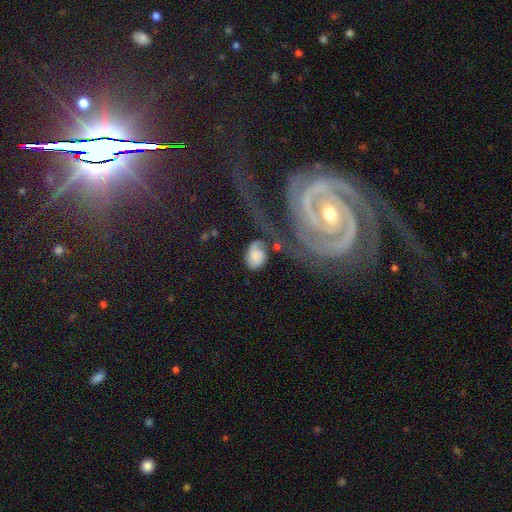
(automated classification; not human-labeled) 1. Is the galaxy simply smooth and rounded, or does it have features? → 53% smooth, 37% featured or disk, 9% star or artifact.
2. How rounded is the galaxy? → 67% in between, 32% round, 2% cigar-shaped.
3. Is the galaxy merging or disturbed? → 41% none, 23% minor disturbance, 18% major disturbance, 17% merger.